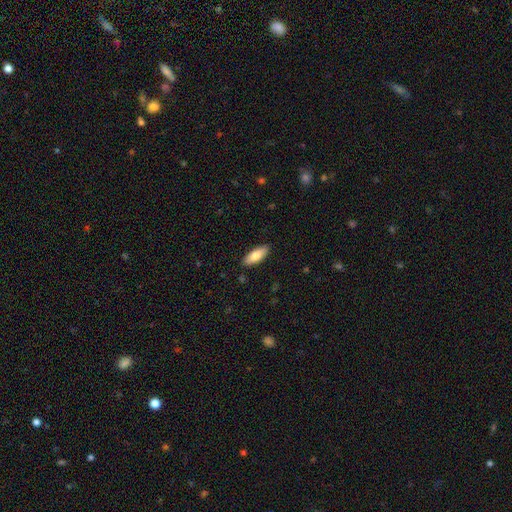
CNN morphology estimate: Smooth or featured? smooth (79%)
How rounded? in between (74%)
Merging? none (89%)